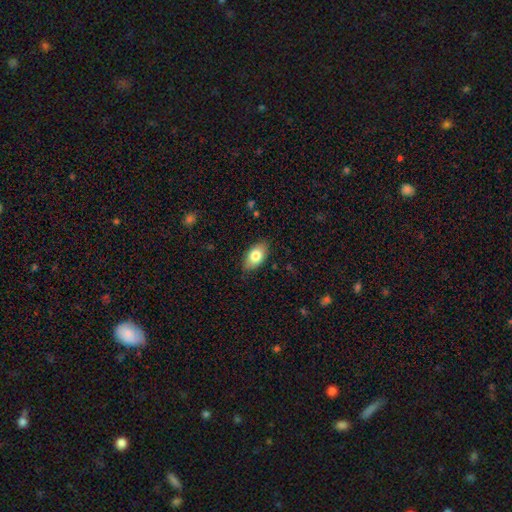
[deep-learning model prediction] This is likely a smooth galaxy (78%). How rounded: clearly in between (92%). Merging: clearly none (83%).